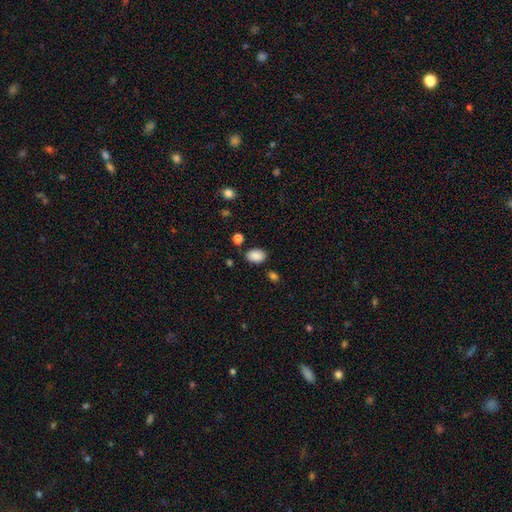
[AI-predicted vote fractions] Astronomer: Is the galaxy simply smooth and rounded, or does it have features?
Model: smooth — 88%.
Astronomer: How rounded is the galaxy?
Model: in between — 85%.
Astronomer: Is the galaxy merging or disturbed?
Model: none — 81%.